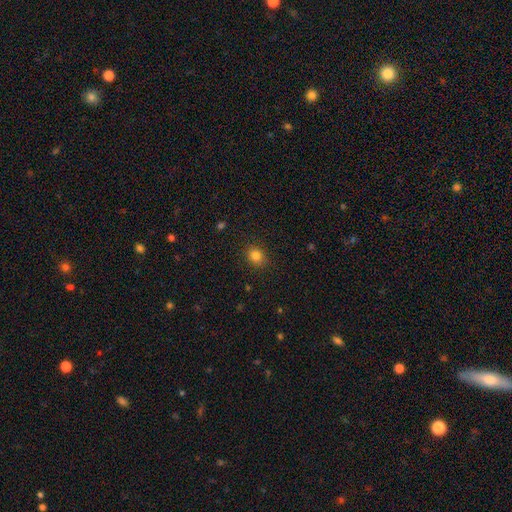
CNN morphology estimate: Smooth or featured?
  - smooth: 82% *
  - star or artifact: 13%
  - featured or disk: 5%
How rounded?
  - round: 65% *
  - in between: 34%
  - cigar-shaped: 1%
Merging?
  - none: 88% *
  - minor disturbance: 8%
  - major disturbance: 2%
  - merger: 1%